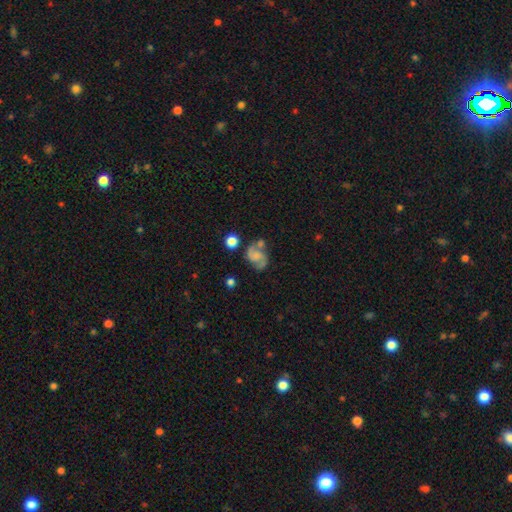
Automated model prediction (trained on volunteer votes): This appears to be a featured or disk galaxy (71%) with no bar (63%), 2 (90%) medium (45%) spiral arms (92%) and no central bulge (54%). Merging: none (51%).